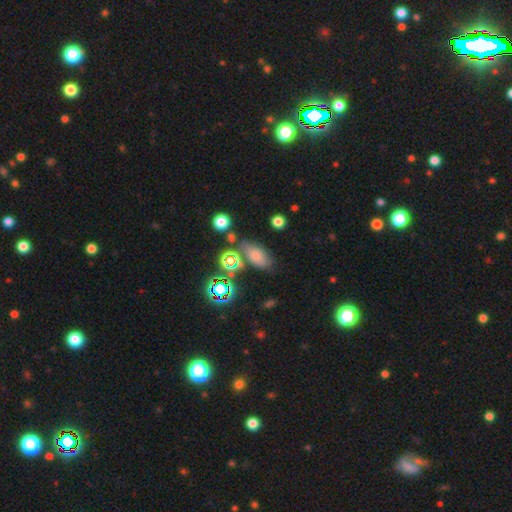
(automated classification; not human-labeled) Smooth or featured? smooth (61%)
How rounded? in between (85%)
Merging? none (63%)